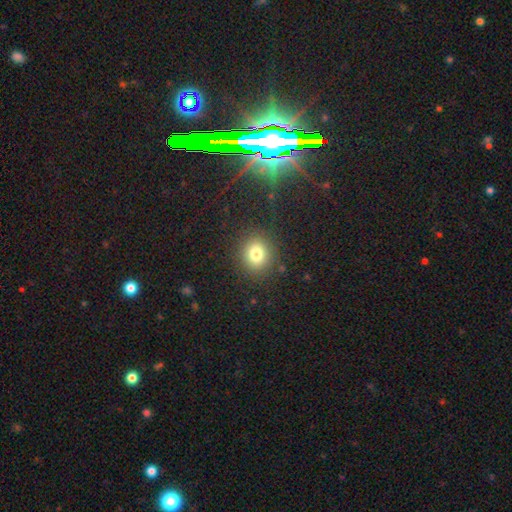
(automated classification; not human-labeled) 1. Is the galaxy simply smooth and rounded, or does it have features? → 72% smooth, 20% star or artifact, 8% featured or disk.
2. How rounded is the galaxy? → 68% round, 31% in between, 1% cigar-shaped.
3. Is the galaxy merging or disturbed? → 89% none, 7% minor disturbance, 3% major disturbance, 1% merger.